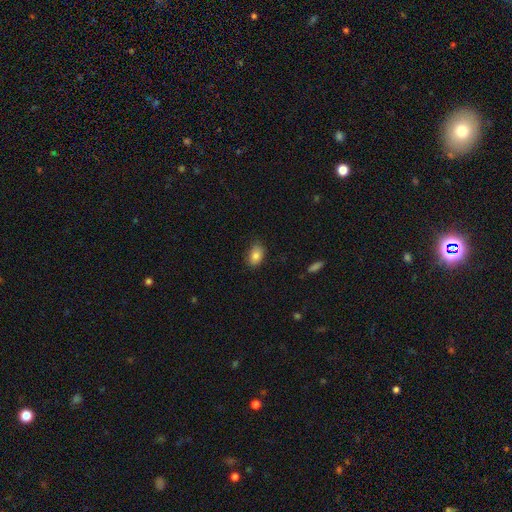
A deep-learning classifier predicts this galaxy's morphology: Smooth or featured: smooth — 84% (star or artifact — 8%)
How rounded: in between — 84% (round — 15%)
Merging: none — 81% (minor disturbance — 15%)